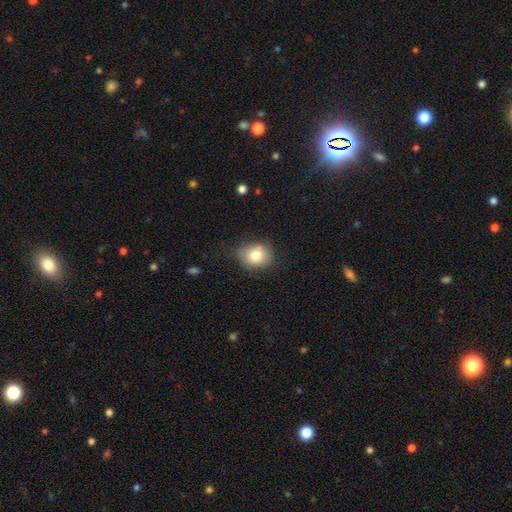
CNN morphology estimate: Smooth or featured? smooth (78%)
How rounded? round (54%)
Merging? none (72%)